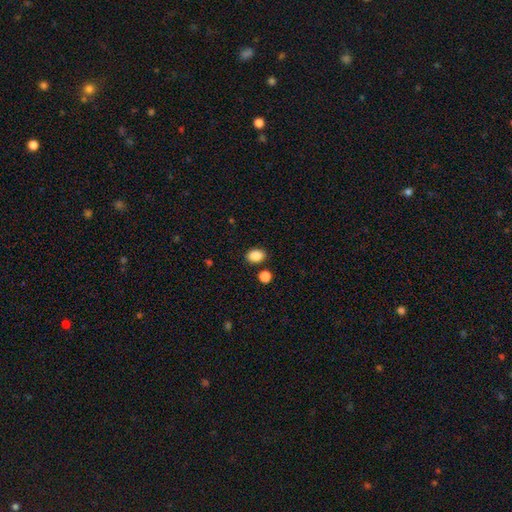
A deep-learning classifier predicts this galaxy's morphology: Smooth or featured?
  - smooth: 88% *
  - star or artifact: 9%
  - featured or disk: 3%
How rounded?
  - in between: 66% *
  - round: 33%
  - cigar-shaped: 1%
Merging?
  - none: 83% *
  - minor disturbance: 9%
  - merger: 5%
  - major disturbance: 3%